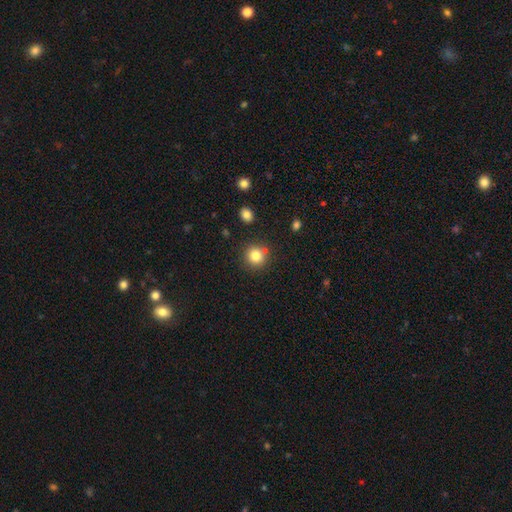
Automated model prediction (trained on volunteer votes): Smooth or featured?
  - smooth: 82% *
  - star or artifact: 11%
  - featured or disk: 7%
How rounded?
  - round: 92% *
  - in between: 8%
  - cigar-shaped: 1%
Merging?
  - none: 80% *
  - merger: 9%
  - minor disturbance: 8%
  - major disturbance: 3%